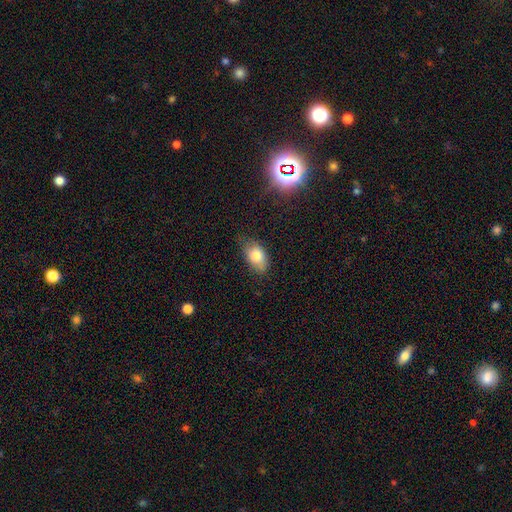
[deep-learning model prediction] Smooth or featured? smooth (79%)
How rounded? in between (88%)
Merging? none (67%)